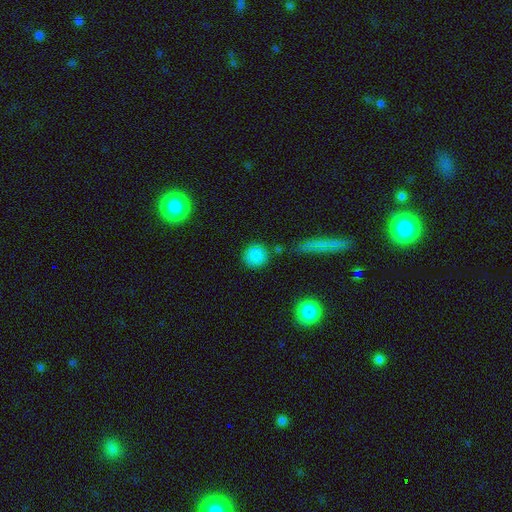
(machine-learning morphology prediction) smooth_or_featured: smooth (p=0.85) [alt: star or artifact p=0.10]
how_rounded: round (p=0.91) [alt: in between p=0.08]
merging: none (p=0.83) [alt: minor disturbance p=0.09]